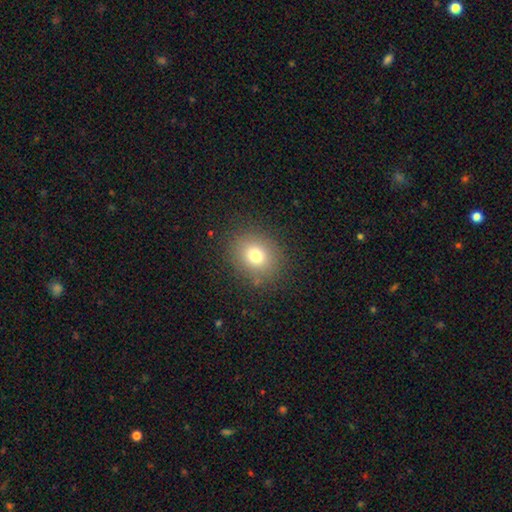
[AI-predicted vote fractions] A smooth galaxy with no disk features (76%) that is round (67%).

Vote fractions:
- Smooth or featured? smooth: 76% / star or artifact: 13% / featured or disk: 10%
- How rounded? round: 67% / in between: 32% / cigar-shaped: 1%
- Merging? none: 86% / minor disturbance: 9% / major disturbance: 4% / merger: 1%